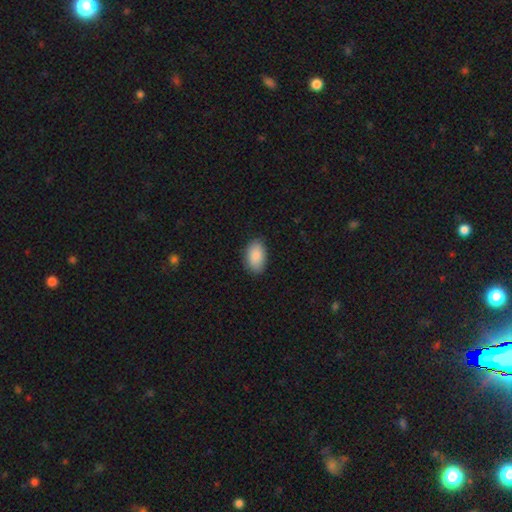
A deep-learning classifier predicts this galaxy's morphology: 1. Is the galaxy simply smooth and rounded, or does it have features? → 89% smooth, 6% star or artifact, 5% featured or disk.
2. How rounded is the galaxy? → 93% in between, 5% round, 1% cigar-shaped.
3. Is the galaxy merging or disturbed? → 86% none, 11% minor disturbance, 2% major disturbance, 1% merger.